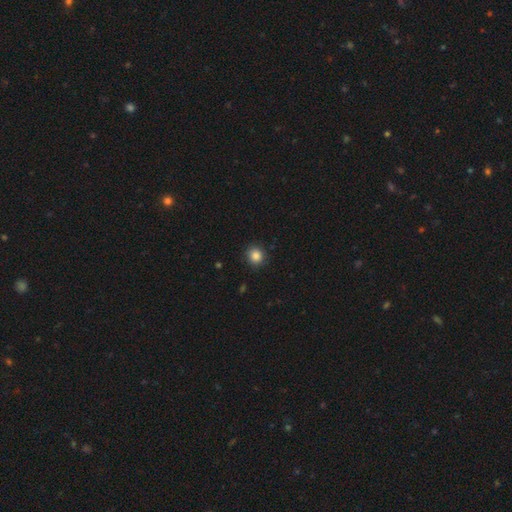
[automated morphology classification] type=smooth (85%); roundness=round (88%); merging=none (88%).